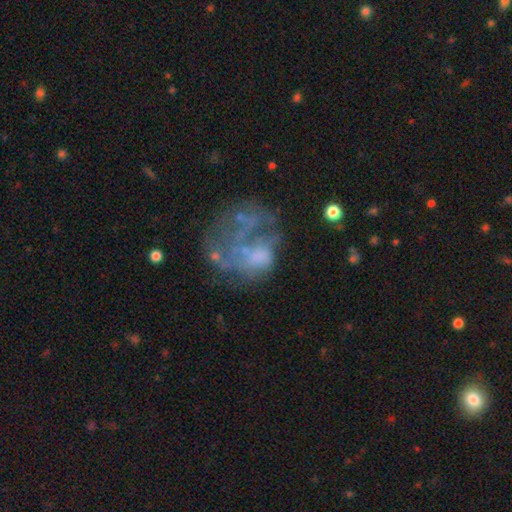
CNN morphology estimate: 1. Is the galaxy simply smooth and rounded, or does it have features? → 58% featured or disk, 28% smooth, 14% star or artifact.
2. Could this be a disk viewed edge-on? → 98% no, 2% yes.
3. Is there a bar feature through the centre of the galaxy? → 87% no, 11% weak, 3% strong.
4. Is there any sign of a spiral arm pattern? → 80% no, 20% yes.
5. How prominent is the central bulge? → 62% none, 17% moderate, 14% small, 5% large, 2% dominant.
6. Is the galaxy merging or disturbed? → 41% major disturbance, 31% none, 17% minor disturbance, 11% merger.